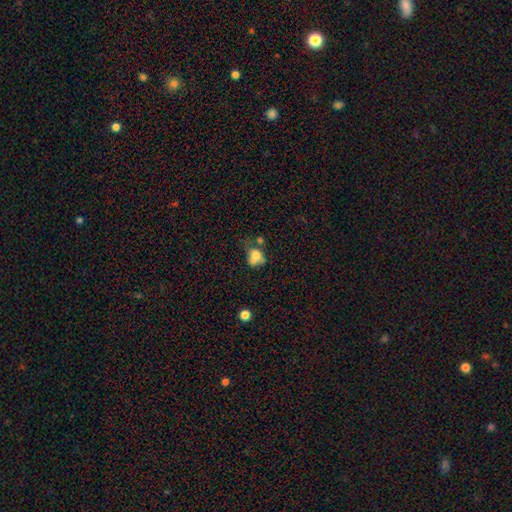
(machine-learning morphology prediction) Smooth or featured? smooth (66%)
How rounded? in between (51%)
Merging? merger (44%)